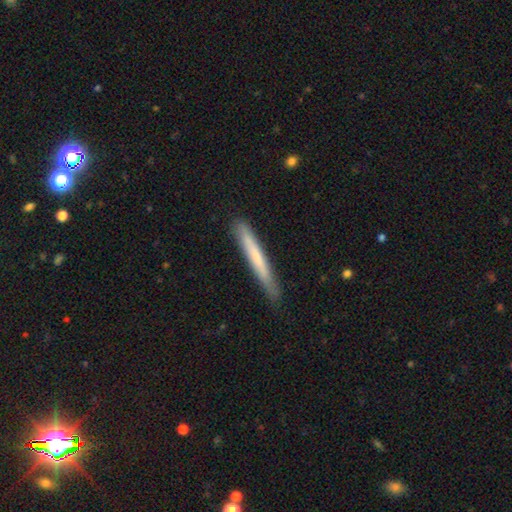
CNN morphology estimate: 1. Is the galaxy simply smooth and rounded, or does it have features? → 62% smooth, 33% featured or disk, 5% star or artifact.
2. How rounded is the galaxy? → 97% cigar-shaped, 2% in between, 1% round.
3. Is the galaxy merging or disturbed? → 83% none, 14% minor disturbance, 2% major disturbance, 1% merger.